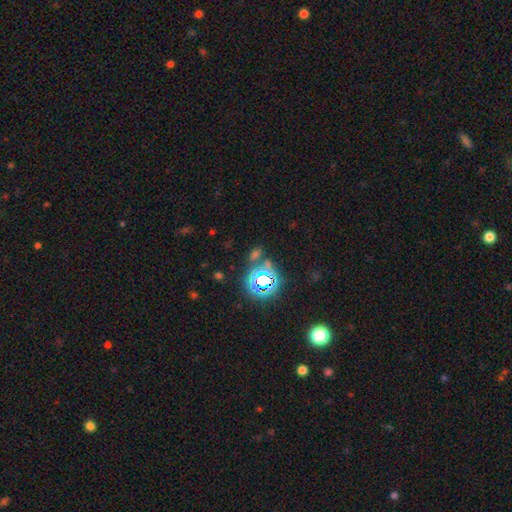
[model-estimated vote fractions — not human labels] Morphology: type=star or artifact (63%).